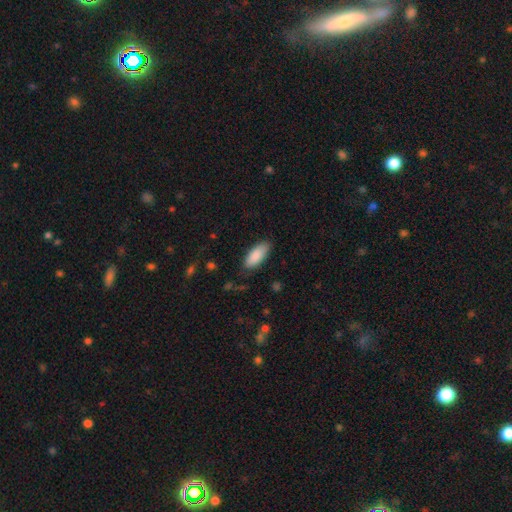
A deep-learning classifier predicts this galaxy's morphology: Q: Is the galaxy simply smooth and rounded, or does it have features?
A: smooth — 89%.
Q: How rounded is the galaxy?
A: in between — 84%.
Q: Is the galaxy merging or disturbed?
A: none — 82%.